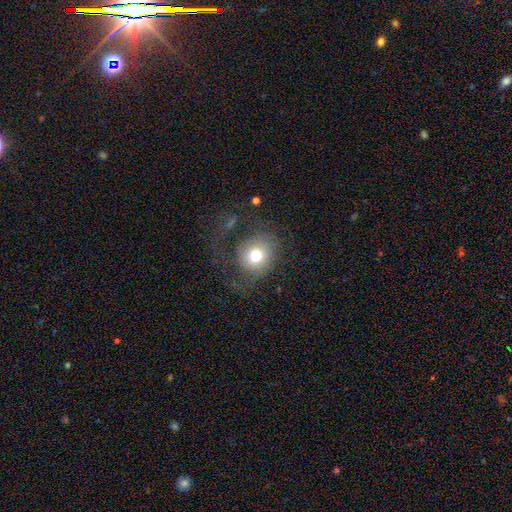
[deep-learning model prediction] A smooth galaxy with no disk features (68%) that is round (84%). Merging: none (58%).